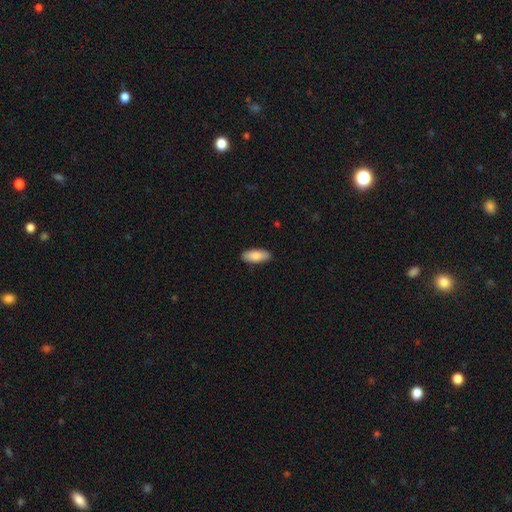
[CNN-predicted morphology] smooth-or-featured: smooth: 84% | featured or disk: 10% | star or artifact: 6%
  how-rounded: in between: 81% | cigar-shaped: 18% | round: 2%
  merging: none: 90% | minor disturbance: 8% | major disturbance: 2% | merger: 1%